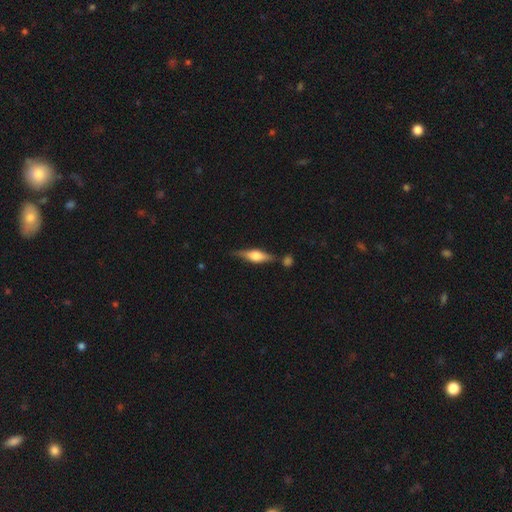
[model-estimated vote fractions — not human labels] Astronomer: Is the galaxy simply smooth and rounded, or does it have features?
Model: featured or disk — 61%.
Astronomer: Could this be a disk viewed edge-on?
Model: yes — 94%.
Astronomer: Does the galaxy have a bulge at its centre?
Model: rounded — 88%.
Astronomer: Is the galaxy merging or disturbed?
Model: none — 74%.